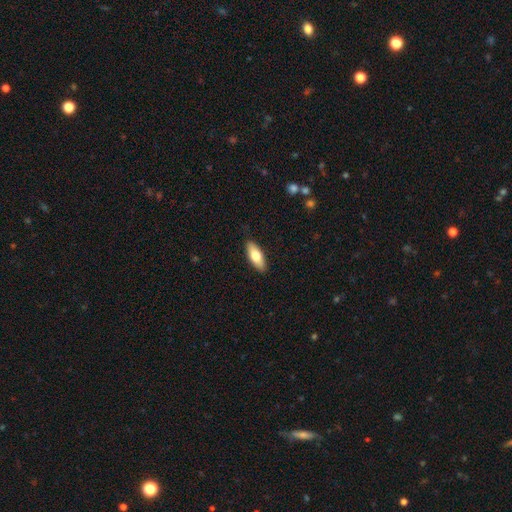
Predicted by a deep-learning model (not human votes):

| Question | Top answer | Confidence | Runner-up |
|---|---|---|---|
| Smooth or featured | smooth | 72% | featured or disk (22%) |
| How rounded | in between | 73% | cigar-shaped (24%) |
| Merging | none | 89% | minor disturbance (9%) |